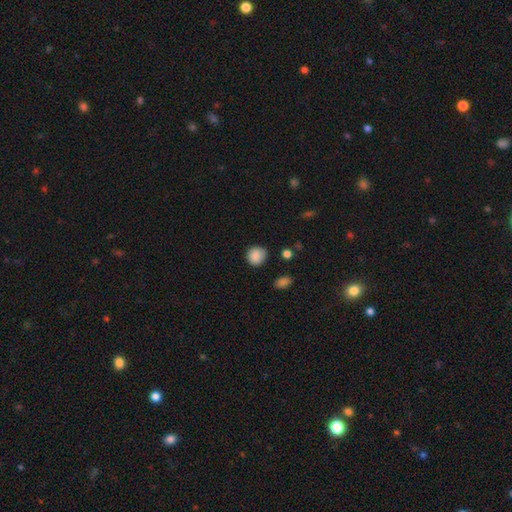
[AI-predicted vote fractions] A smooth galaxy with no disk features (87%) that is round (87%).

Vote fractions:
- Smooth or featured? smooth: 87% / star or artifact: 8% / featured or disk: 4%
- How rounded? round: 87% / in between: 12% / cigar-shaped: 1%
- Merging? none: 81% / minor disturbance: 14% / major disturbance: 3% / merger: 2%